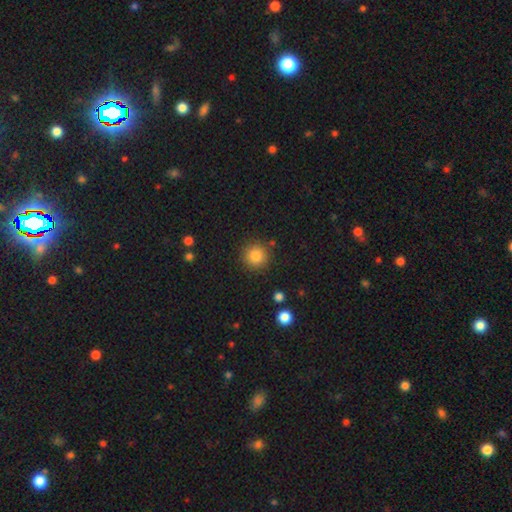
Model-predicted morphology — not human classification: A smooth galaxy with no disk features (83%) that is round (94%).

Vote fractions:
- Smooth or featured? smooth: 83% / star or artifact: 11% / featured or disk: 6%
- How rounded? round: 94% / in between: 5% / cigar-shaped: 1%
- Merging? none: 88% / minor disturbance: 7% / major disturbance: 2% / merger: 2%